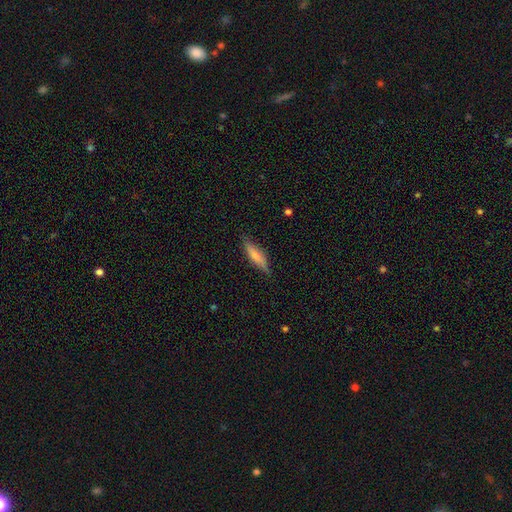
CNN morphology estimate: Q: Smooth or featured?
A: smooth (66%); runner-up: featured or disk (27%)
Q: How rounded?
A: cigar-shaped (68%); runner-up: in between (30%)
Q: Merging?
A: none (81%); runner-up: minor disturbance (15%)